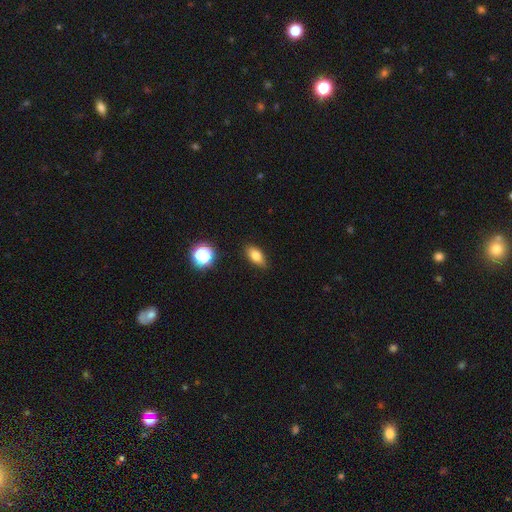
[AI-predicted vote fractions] smooth 77%, featured or disk 12%, star or artifact 11%. Down the decision tree: how rounded — in between (80%); merging — none (84%).